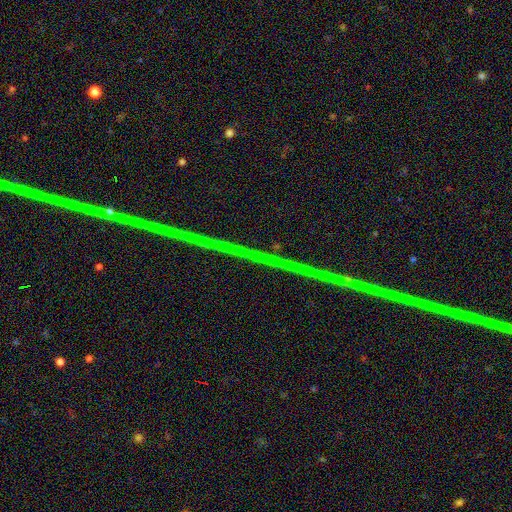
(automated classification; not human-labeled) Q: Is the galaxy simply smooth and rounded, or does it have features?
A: star or artifact — 78%.